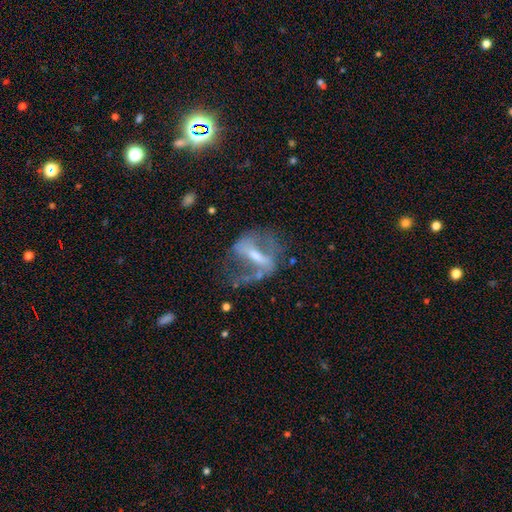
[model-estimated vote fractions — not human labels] This appears to be a featured or disk galaxy (78%) with a strong bar (63%), spiral arms (65%) and a small central bulge (49%). Merging: none (46%).